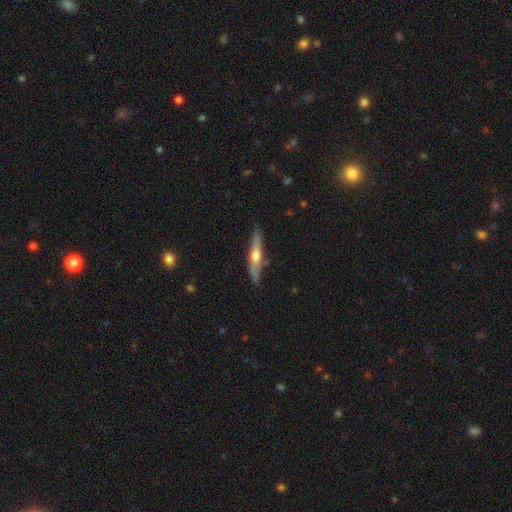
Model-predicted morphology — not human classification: Overall: featured or disk (57%; smooth 37%). Edge-on disk: yes (92%). Edge-on bulge: rounded (87%). Merging: none (80%).